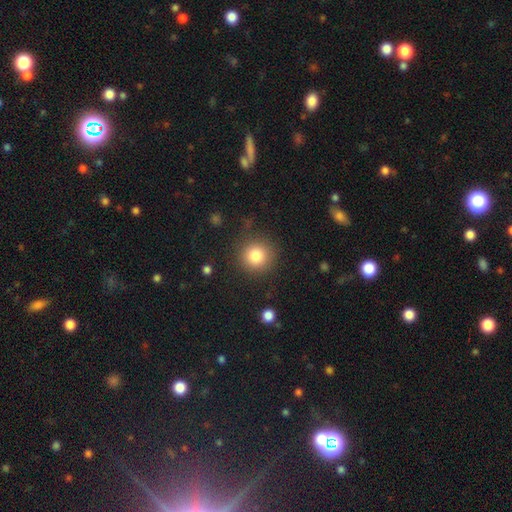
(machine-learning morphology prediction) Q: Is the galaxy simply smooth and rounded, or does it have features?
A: smooth — 82%.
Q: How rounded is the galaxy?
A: round — 93%.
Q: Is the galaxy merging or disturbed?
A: none — 85%.